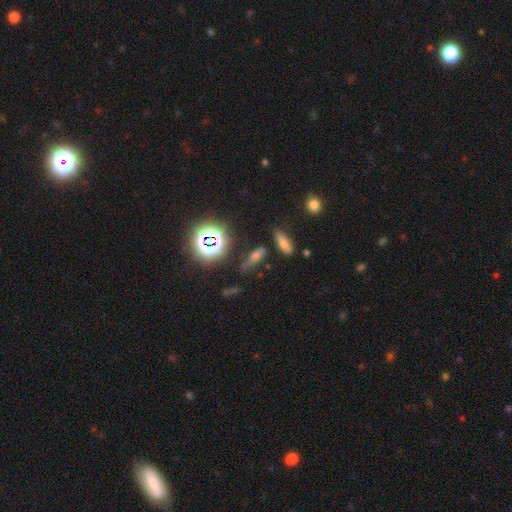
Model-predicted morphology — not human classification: Smooth or featured: smooth — 45% (star or artifact — 37%)
Merging: none — 74% (minor disturbance — 13%)